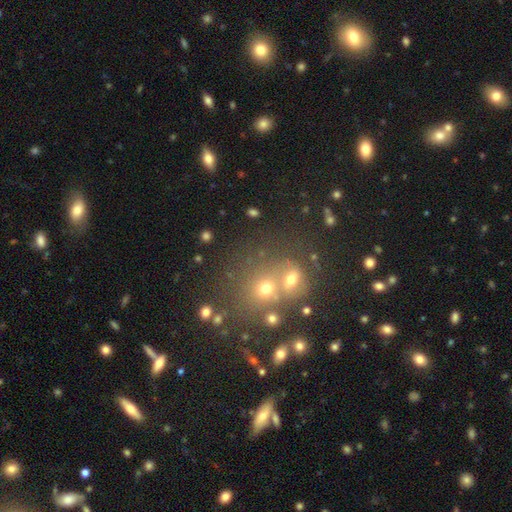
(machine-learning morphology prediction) smooth-or-featured: smooth: 47% | star or artifact: 39% | featured or disk: 14%
  merging: none: 58% | merger: 29% | minor disturbance: 9% | major disturbance: 4%